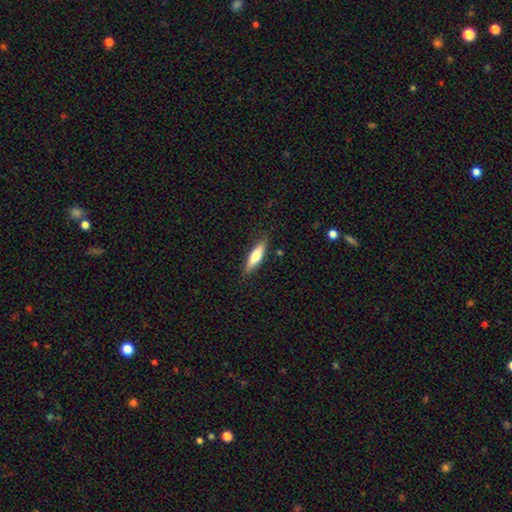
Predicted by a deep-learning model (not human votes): Overall: smooth (63%; featured or disk 31%). How rounded: cigar-shaped (70%). Merging: none (84%).